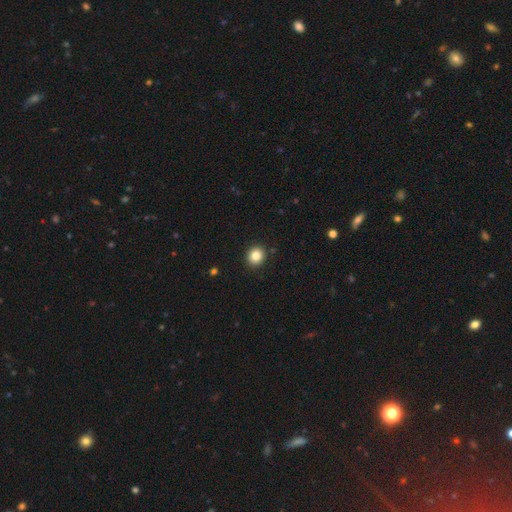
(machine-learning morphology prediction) A smooth galaxy with no disk features (84%) that is round (83%). Merging: none (91%).